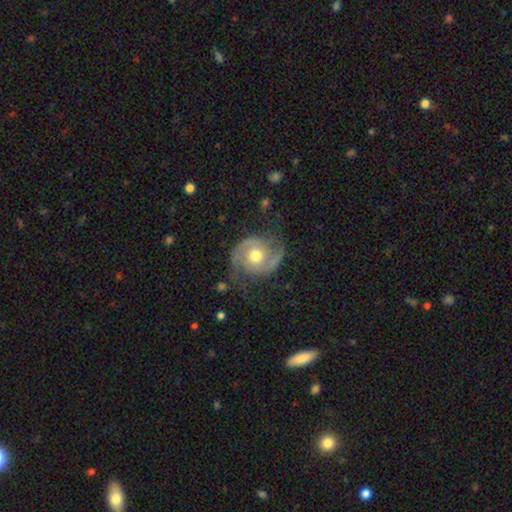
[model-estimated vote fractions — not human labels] featured or disk 87%, smooth 8%, star or artifact 5%. Down the decision tree: edge-on disk — no (98%); bar — no (72%); spiral arms — yes (96%); spiral arm count — 2 (92%); spiral winding — medium (52%); bulge size — moderate (76%); merging — none (71%).